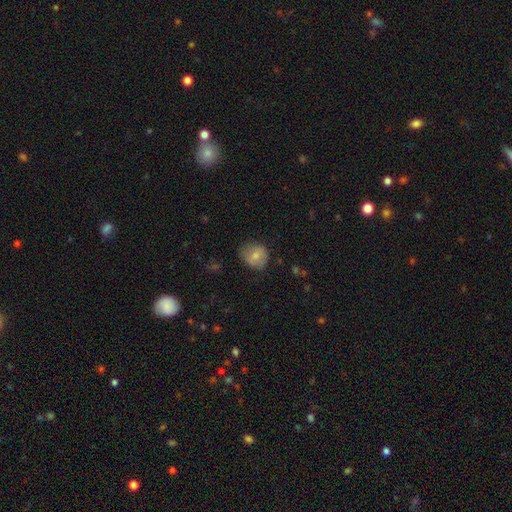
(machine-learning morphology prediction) A smooth galaxy with no disk features (77%) that is round (78%).

Vote fractions:
- Smooth or featured? smooth: 77% / featured or disk: 15% / star or artifact: 8%
- How rounded? round: 78% / in between: 22% / cigar-shaped: 1%
- Merging? none: 67% / minor disturbance: 25% / major disturbance: 7% / merger: 1%